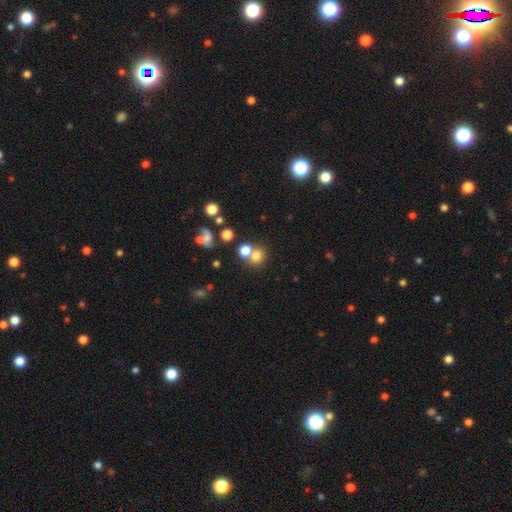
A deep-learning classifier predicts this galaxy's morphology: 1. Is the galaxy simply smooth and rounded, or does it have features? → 73% smooth, 16% star or artifact, 11% featured or disk.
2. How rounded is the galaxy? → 82% round, 17% in between, 1% cigar-shaped.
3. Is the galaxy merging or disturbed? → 51% none, 37% merger, 8% minor disturbance, 5% major disturbance.